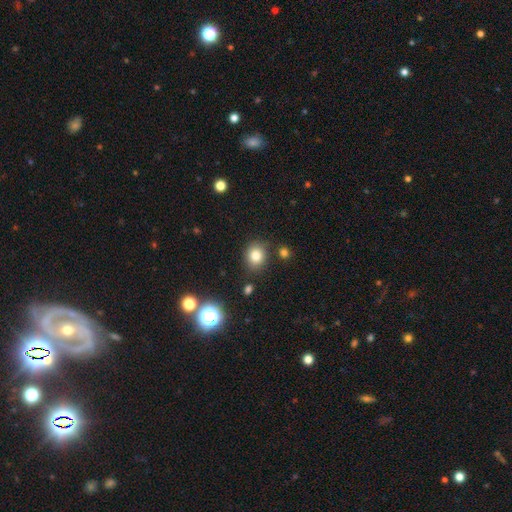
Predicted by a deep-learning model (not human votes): Q: Smooth or featured?
A: smooth (80%); runner-up: star or artifact (13%)
Q: How rounded?
A: round (70%); runner-up: in between (29%)
Q: Merging?
A: none (81%); runner-up: minor disturbance (11%)